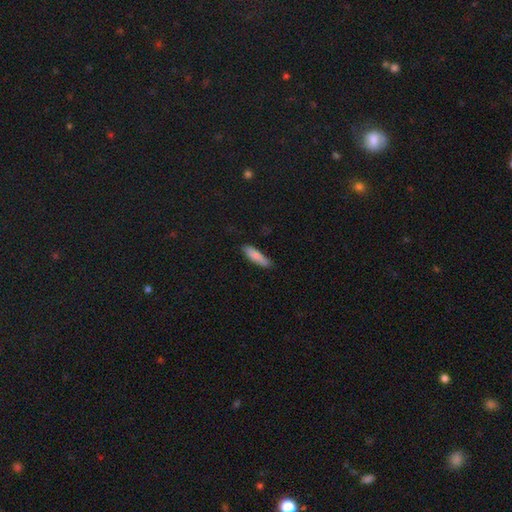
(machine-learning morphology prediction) Smooth or featured?
  - smooth: 83% *
  - featured or disk: 11%
  - star or artifact: 6%
How rounded?
  - cigar-shaped: 63% *
  - in between: 36%
  - round: 2%
Merging?
  - none: 78% *
  - minor disturbance: 18%
  - major disturbance: 3%
  - merger: 2%